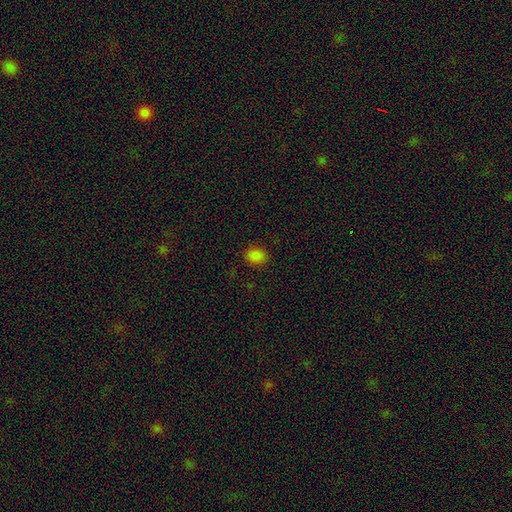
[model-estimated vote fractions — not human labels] Overall: smooth (83%). How rounded: round (59%; in between 40%). Merging: none (87%).